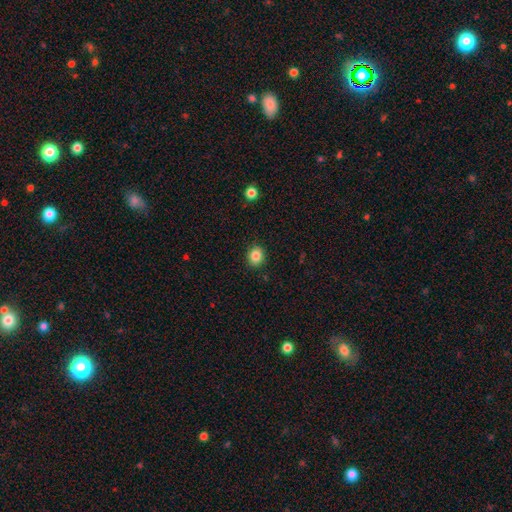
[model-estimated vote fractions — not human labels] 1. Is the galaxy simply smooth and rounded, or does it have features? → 85% smooth, 10% star or artifact, 5% featured or disk.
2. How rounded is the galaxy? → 69% round, 31% in between, 1% cigar-shaped.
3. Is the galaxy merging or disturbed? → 90% none, 7% minor disturbance, 2% major disturbance, 1% merger.